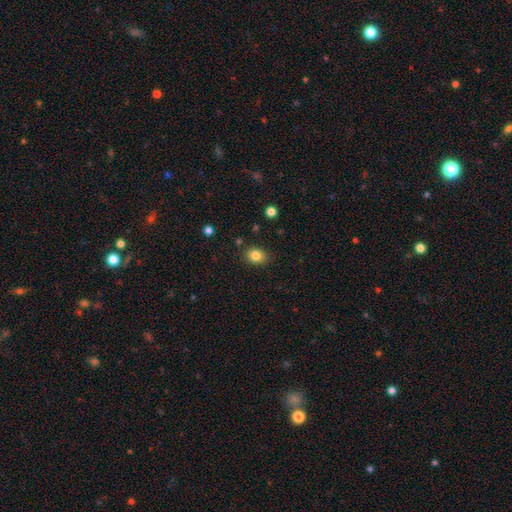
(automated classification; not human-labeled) Smooth or featured?
  - smooth: 83% *
  - star or artifact: 11%
  - featured or disk: 6%
How rounded?
  - in between: 56% *
  - round: 43%
  - cigar-shaped: 1%
Merging?
  - none: 85% *
  - minor disturbance: 10%
  - major disturbance: 3%
  - merger: 2%